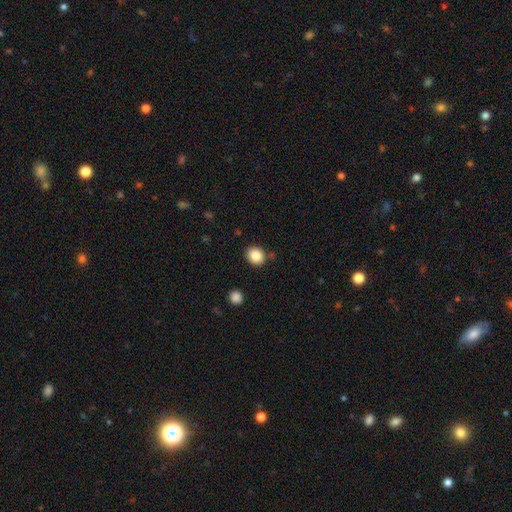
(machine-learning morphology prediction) The model was most divided on "how rounded": round: 71%, in between: 28%, cigar-shaped: 1%. More confident: smooth or featured — smooth (86%); merging — none (85%).